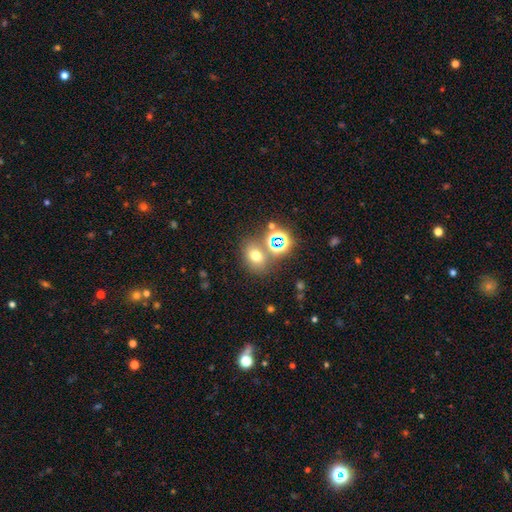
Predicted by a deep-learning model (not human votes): smooth 63%, star or artifact 25%, featured or disk 11%. Down the decision tree: how rounded — in between (53%); merging — none (66%).